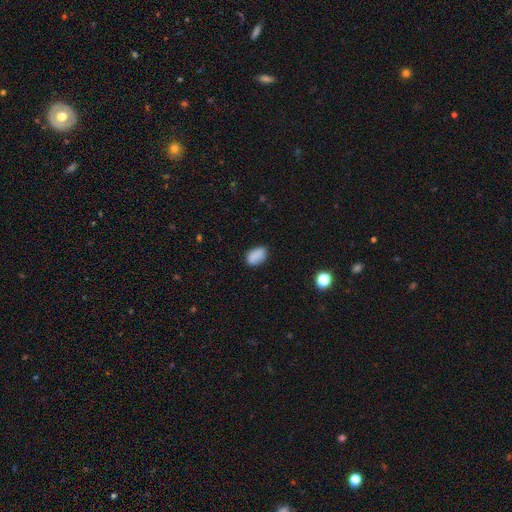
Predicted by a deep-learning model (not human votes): Smooth or featured? Predicted: smooth (p=0.87). How rounded? Predicted: in between (p=0.89). Merging? Predicted: none (p=0.79).